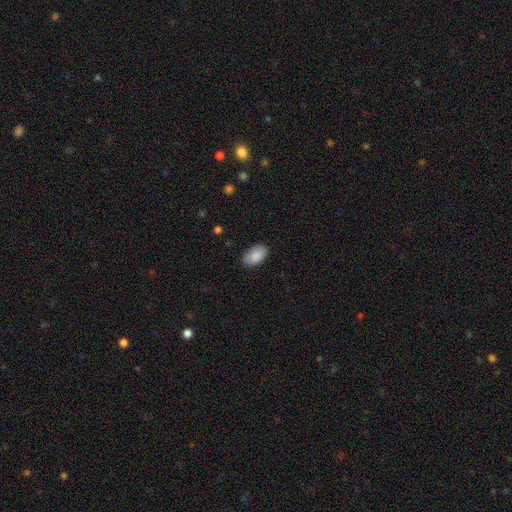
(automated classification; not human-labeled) Smooth or featured? Predicted: smooth (p=0.87). How rounded? Predicted: in between (p=0.94). Merging? Predicted: none (p=0.84).